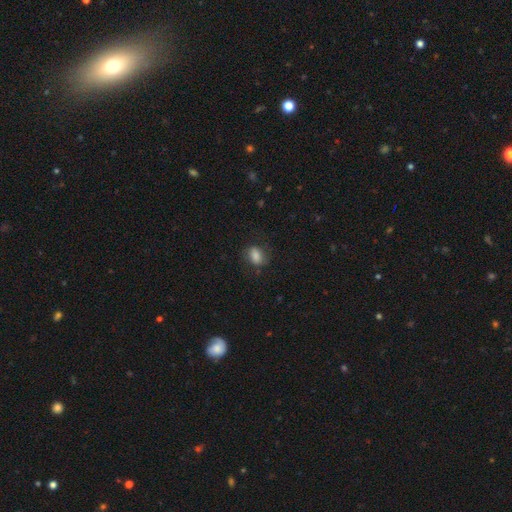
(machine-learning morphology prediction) Smooth or featured?
  - smooth: 76% *
  - featured or disk: 14%
  - star or artifact: 10%
How rounded?
  - in between: 73% *
  - round: 25%
  - cigar-shaped: 2%
Merging?
  - none: 69% *
  - minor disturbance: 20%
  - major disturbance: 10%
  - merger: 1%